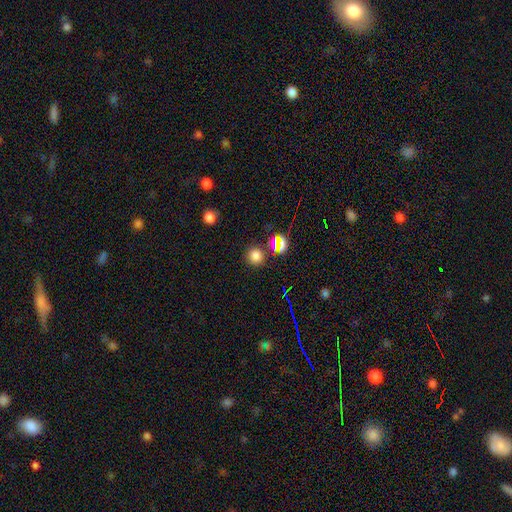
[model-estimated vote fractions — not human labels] Smooth or featured? Predicted: smooth (p=0.71). How rounded? Predicted: round (p=0.92). Merging? Predicted: none (p=0.85).